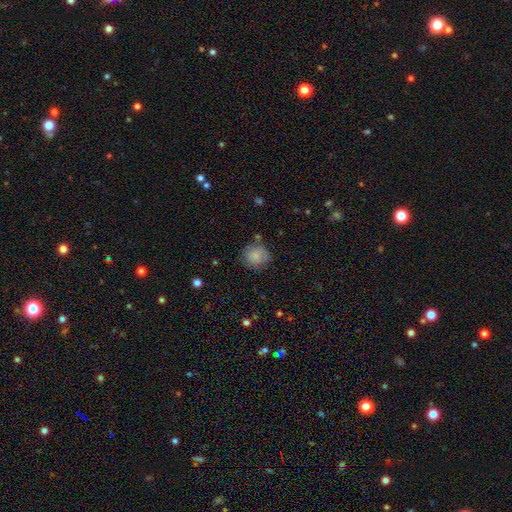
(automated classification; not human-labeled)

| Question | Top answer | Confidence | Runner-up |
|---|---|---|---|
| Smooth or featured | smooth | 81% | featured or disk (10%) |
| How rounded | round | 86% | in between (13%) |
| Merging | none | 72% | minor disturbance (18%) |